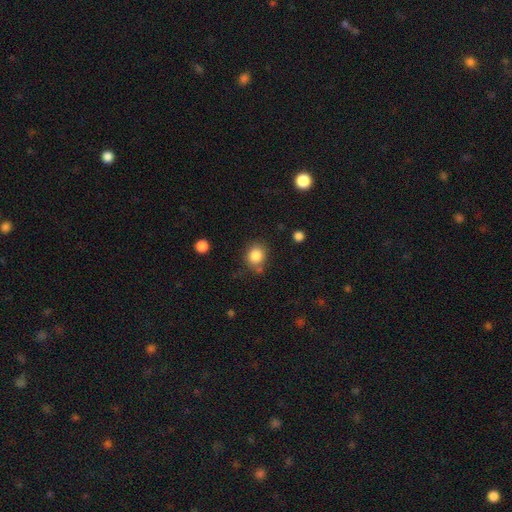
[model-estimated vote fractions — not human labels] Overall: smooth (85%). How rounded: round (73%). Merging: none (72%).